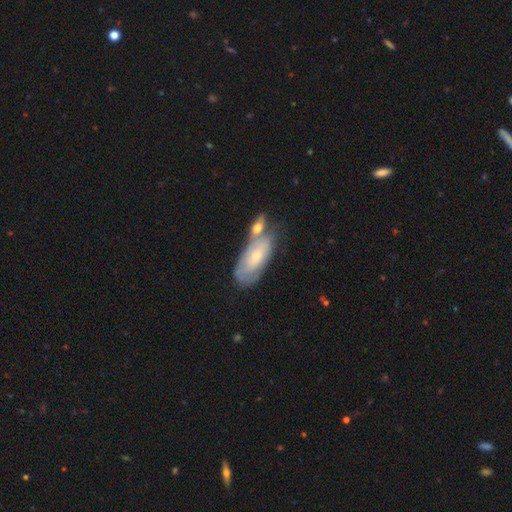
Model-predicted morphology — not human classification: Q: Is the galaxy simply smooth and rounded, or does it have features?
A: featured or disk — 48%.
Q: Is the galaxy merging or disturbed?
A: none — 43%.